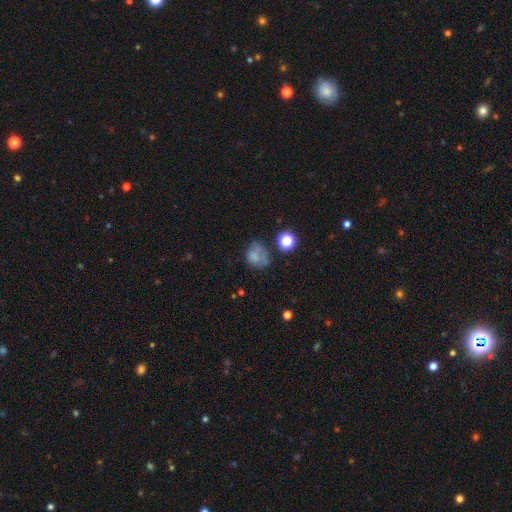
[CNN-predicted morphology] smooth-or-featured: smooth: 63% | featured or disk: 21% | star or artifact: 17%
  how-rounded: round: 60% | in between: 39% | cigar-shaped: 1%
  merging: none: 43% | minor disturbance: 27% | major disturbance: 22% | merger: 8%